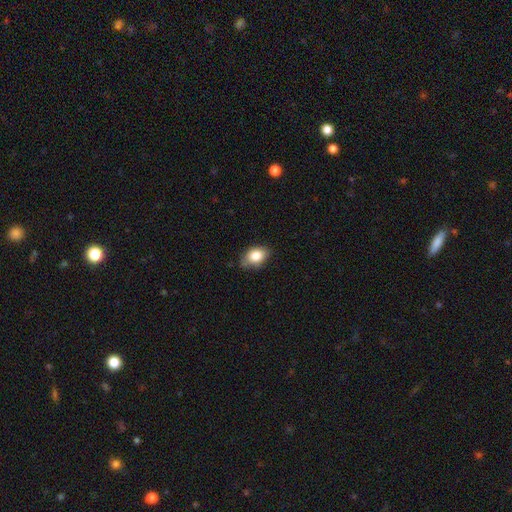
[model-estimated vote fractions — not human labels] smooth_or_featured: smooth (p=0.82) [alt: featured or disk p=0.10]
how_rounded: in between (p=0.82) [alt: round p=0.17]
merging: none (p=0.68) [alt: minor disturbance p=0.27]